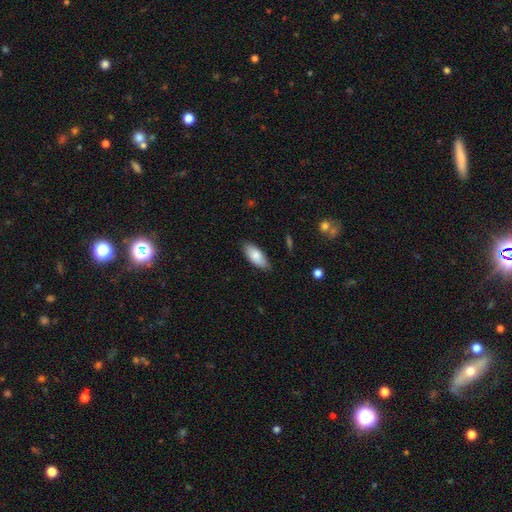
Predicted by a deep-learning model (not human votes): The model was most divided on "merging": none: 83%, minor disturbance: 13%, major disturbance: 2%, merger: 1%. More confident: how rounded — in between (85%); smooth or featured — smooth (83%).